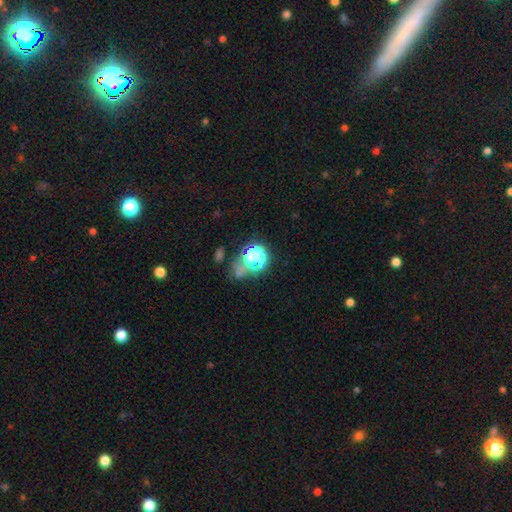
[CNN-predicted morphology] star or artifact 48%, smooth 39%, featured or disk 12%.